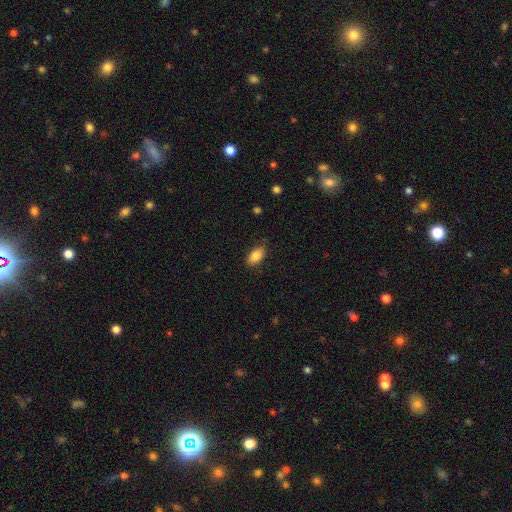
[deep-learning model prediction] Q: Smooth or featured?
A: smooth (85%); runner-up: featured or disk (8%)
Q: How rounded?
A: in between (91%); runner-up: cigar-shaped (5%)
Q: Merging?
A: none (84%); runner-up: minor disturbance (13%)